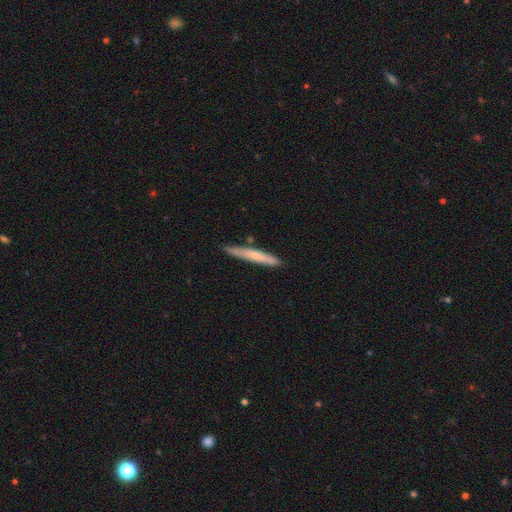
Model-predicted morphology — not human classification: The model was most divided on "smooth or featured": smooth: 61%, featured or disk: 34%, star or artifact: 5%. More confident: how rounded — cigar-shaped (96%); merging — none (81%).